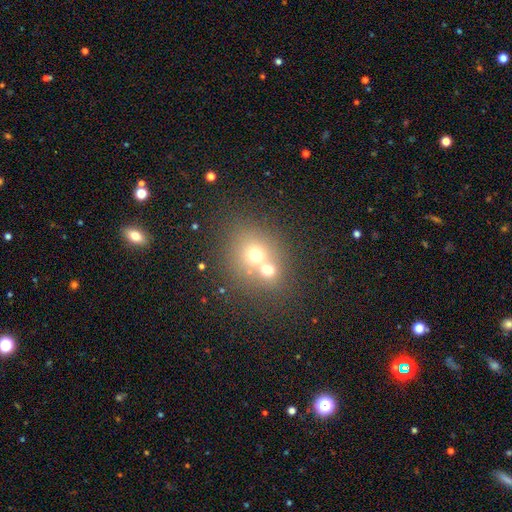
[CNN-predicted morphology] Smooth or featured: smooth — 63% (featured or disk — 20%)
How rounded: round — 75% (in between — 24%)
Merging: merger — 55% (none — 35%)